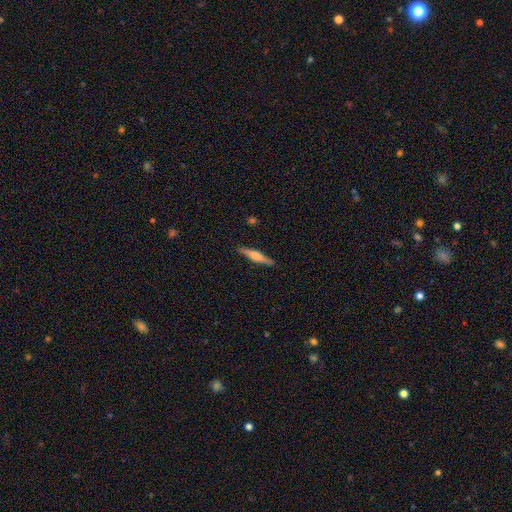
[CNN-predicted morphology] Overall: featured or disk (60%; smooth 34%). Edge-on disk: yes (97%). Edge-on bulge: rounded (59%; boxy 32%). Merging: none (89%).